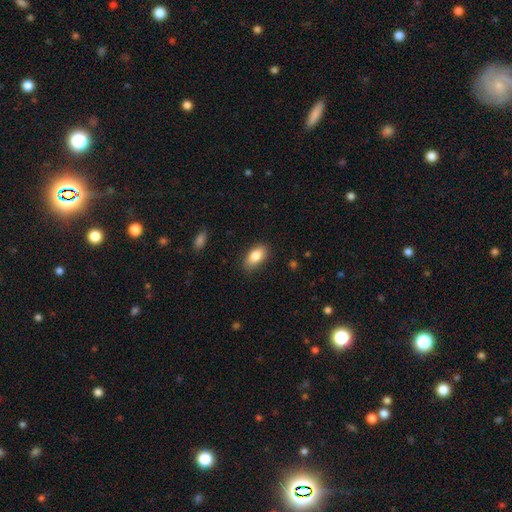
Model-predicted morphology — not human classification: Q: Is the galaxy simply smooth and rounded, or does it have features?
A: smooth — 84%.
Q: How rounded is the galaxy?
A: in between — 90%.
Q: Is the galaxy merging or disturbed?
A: none — 84%.